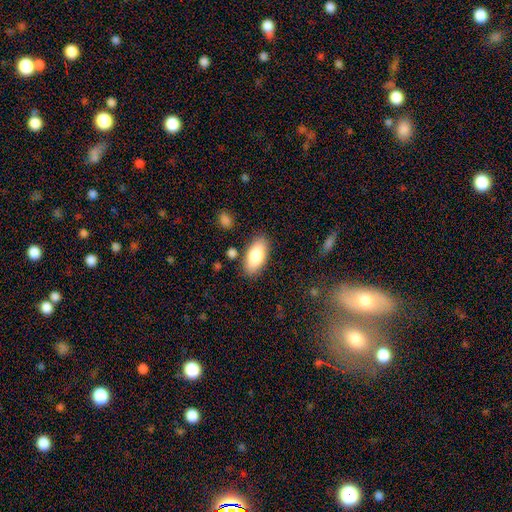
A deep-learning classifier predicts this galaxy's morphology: The model was most divided on "smooth or featured": smooth: 81%, featured or disk: 13%, star or artifact: 6%. More confident: how rounded — in between (92%); merging — none (84%).